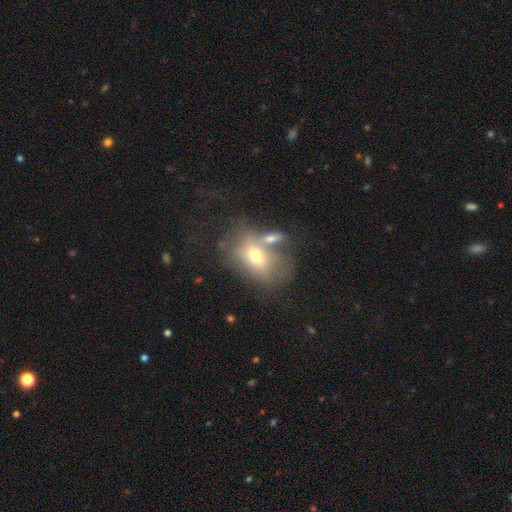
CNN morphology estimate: Smooth or featured?
  - smooth: 56% *
  - featured or disk: 33%
  - star or artifact: 11%
How rounded?
  - in between: 74% *
  - round: 23%
  - cigar-shaped: 3%
Merging?
  - none: 36% *
  - merger: 31%
  - minor disturbance: 17%
  - major disturbance: 16%